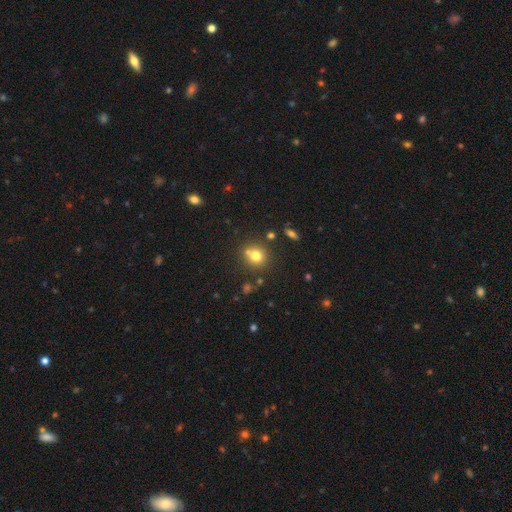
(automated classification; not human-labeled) Smooth or featured?
  - smooth: 74% *
  - star or artifact: 15%
  - featured or disk: 12%
How rounded?
  - round: 85% *
  - in between: 14%
  - cigar-shaped: 1%
Merging?
  - none: 65% *
  - merger: 22%
  - minor disturbance: 10%
  - major disturbance: 3%